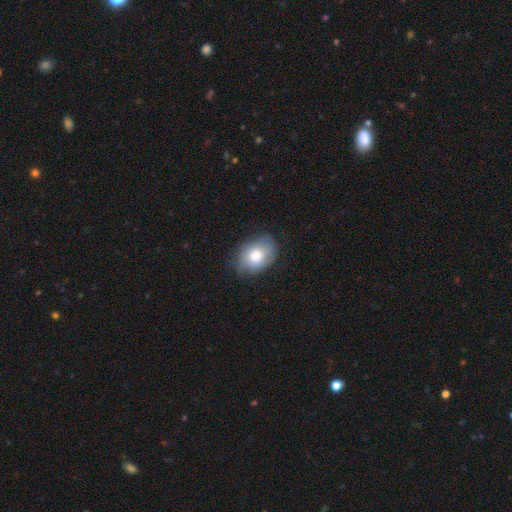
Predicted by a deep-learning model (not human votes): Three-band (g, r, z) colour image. It shows a smooth galaxy with no disk features (75%) that is in between round and cigar-shaped (76%). Merging: none (71%).